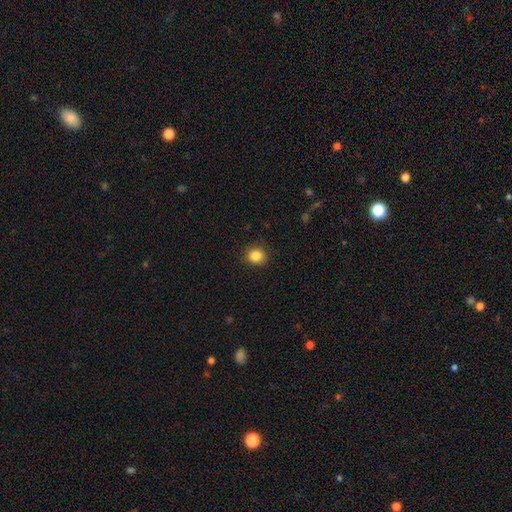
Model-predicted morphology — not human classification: The model was most divided on "how rounded": round: 81%, in between: 18%, cigar-shaped: 1%. More confident: merging — none (89%); smooth or featured — smooth (86%).